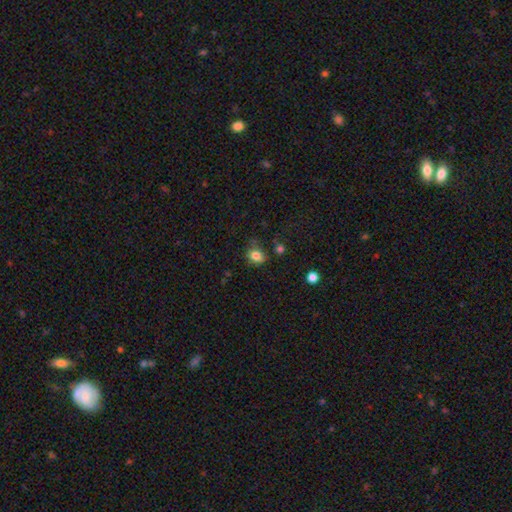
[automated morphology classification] smooth 83%, star or artifact 11%, featured or disk 6%. Down the decision tree: how rounded — round (50%); merging — none (68%).